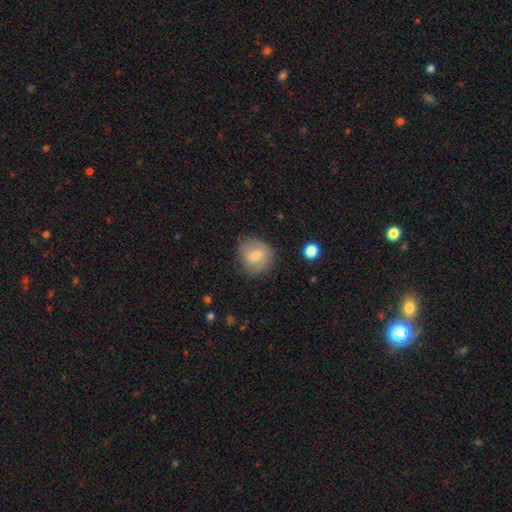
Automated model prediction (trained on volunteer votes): Smooth or featured?
  - smooth: 73% *
  - featured or disk: 20%
  - star or artifact: 7%
How rounded?
  - round: 78% *
  - in between: 21%
  - cigar-shaped: 1%
Merging?
  - none: 74% *
  - minor disturbance: 19%
  - major disturbance: 5%
  - merger: 2%